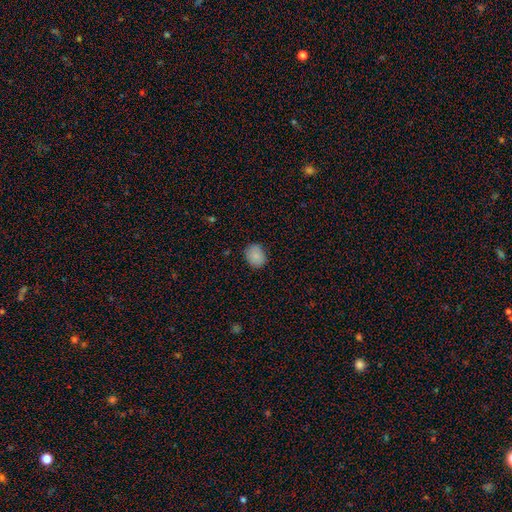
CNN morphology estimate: A smooth galaxy with no disk features (85%) that is round (50%).

Vote fractions:
- Smooth or featured? smooth: 85% / star or artifact: 9% / featured or disk: 7%
- How rounded? round: 50% / in between: 49% / cigar-shaped: 1%
- Merging? none: 83% / minor disturbance: 13% / major disturbance: 3% / merger: 1%